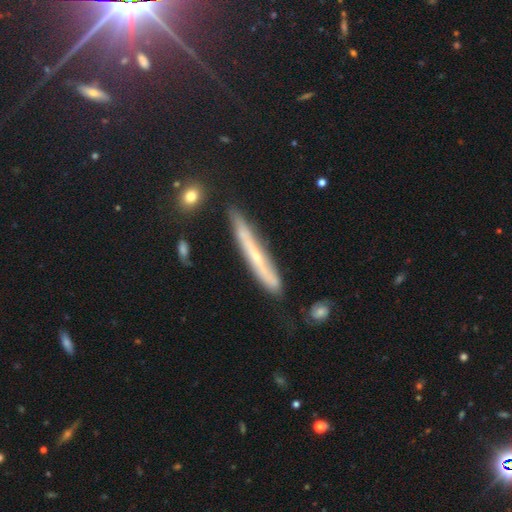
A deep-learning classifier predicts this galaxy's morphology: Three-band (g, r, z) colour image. It shows a featured or disk galaxy (63%) viewed edge-on (86%) with no central bulge (52%). Merging: none (76%).